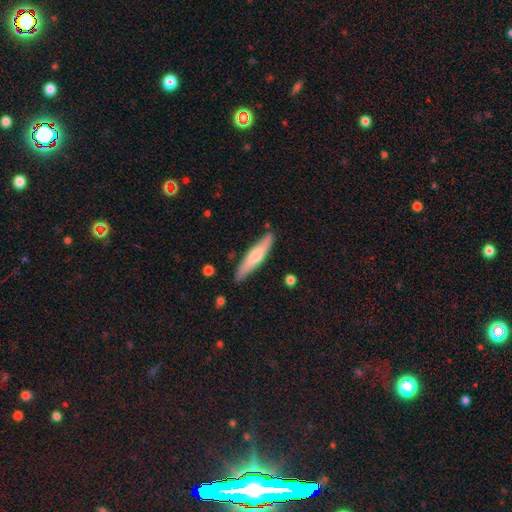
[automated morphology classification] smooth 58%, featured or disk 37%, star or artifact 5%. Down the decision tree: how rounded — cigar-shaped (86%); merging — none (87%).